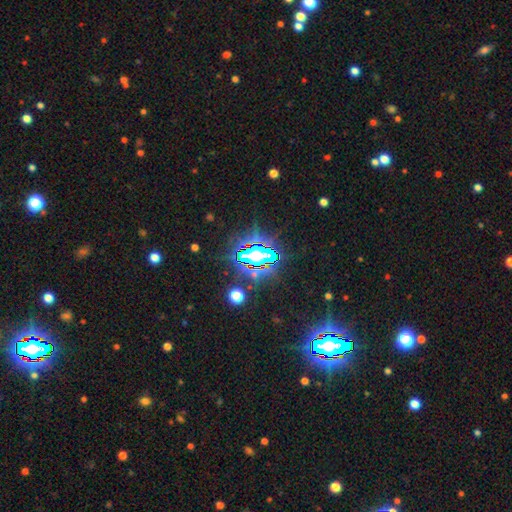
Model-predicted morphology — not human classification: A star or artifact, not a galaxy (85%).